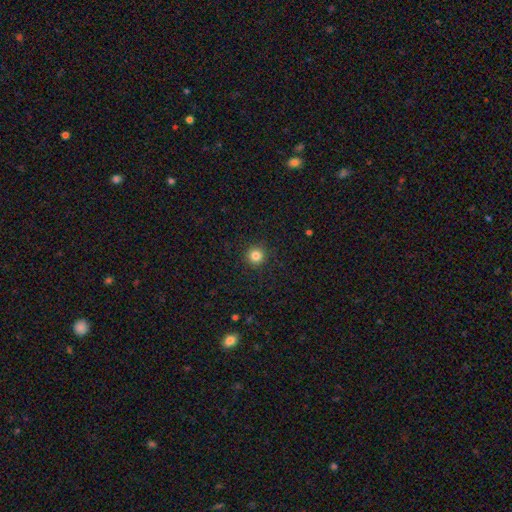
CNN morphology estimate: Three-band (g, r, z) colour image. It shows a smooth galaxy with no disk features (83%) that is round (96%). Merging: none (91%).